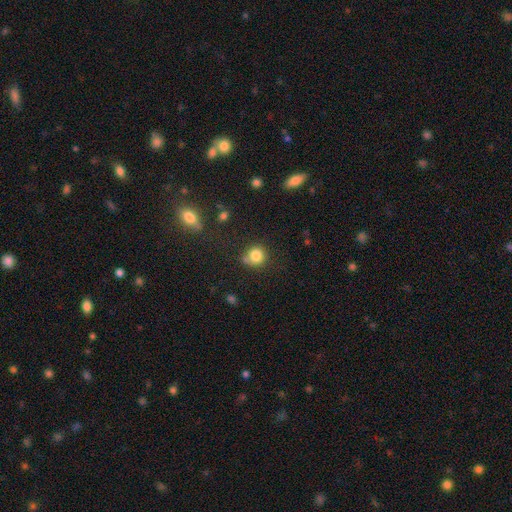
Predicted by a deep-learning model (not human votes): Smooth or featured? smooth (82%)
How rounded? round (85%)
Merging? none (63%)